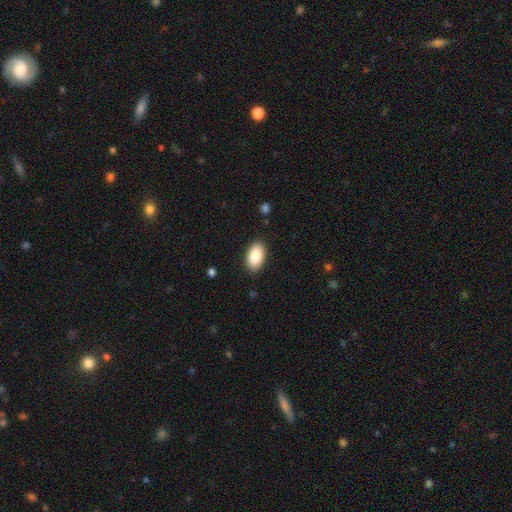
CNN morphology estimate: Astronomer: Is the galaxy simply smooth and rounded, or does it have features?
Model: smooth — 87%.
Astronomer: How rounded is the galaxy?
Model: in between — 94%.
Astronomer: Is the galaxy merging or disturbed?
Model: none — 88%.